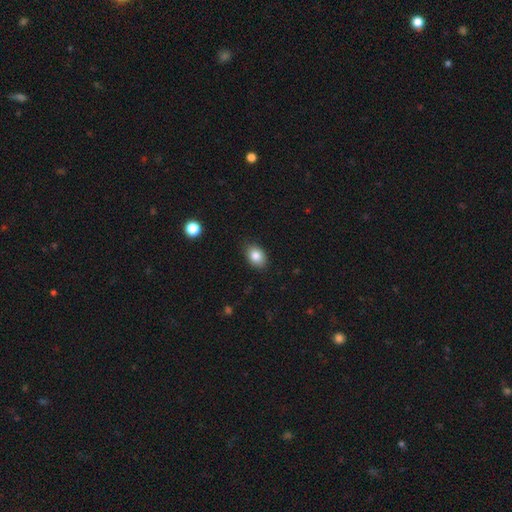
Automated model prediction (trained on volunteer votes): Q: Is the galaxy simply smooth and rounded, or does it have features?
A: smooth — 84%.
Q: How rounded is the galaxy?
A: in between — 79%.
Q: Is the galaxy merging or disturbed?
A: none — 85%.